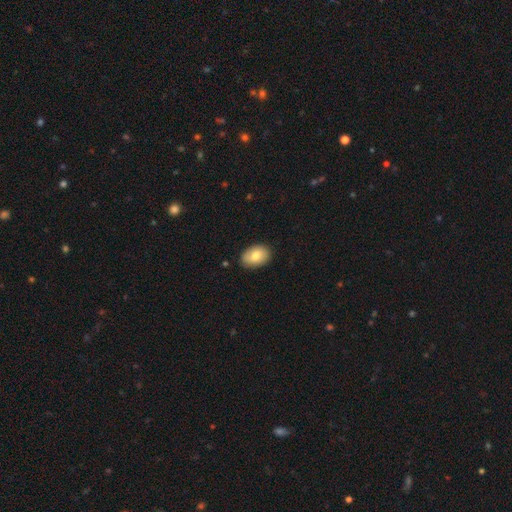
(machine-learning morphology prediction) smooth_or_featured: smooth (p=0.77) [alt: featured or disk p=0.16]
how_rounded: in between (p=0.87) [alt: round p=0.12]
merging: none (p=0.85) [alt: minor disturbance p=0.12]